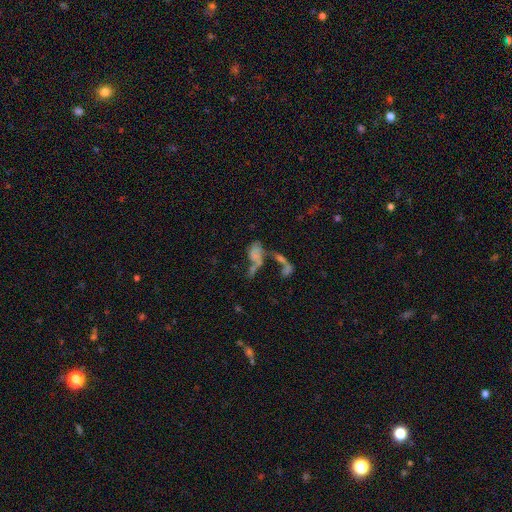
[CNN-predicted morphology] Smooth or featured: smooth — 43% (featured or disk — 39%)
Merging: merger — 55% (major disturbance — 24%)